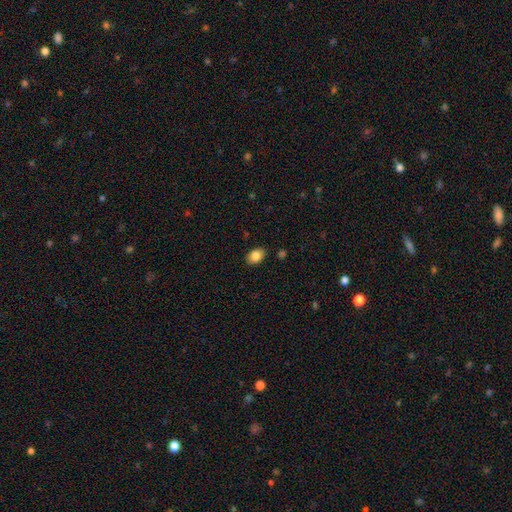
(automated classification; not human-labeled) A smooth galaxy with no disk features (85%) that is in between round and cigar-shaped (84%).

Vote fractions:
- Smooth or featured? smooth: 85% / star or artifact: 8% / featured or disk: 7%
- How rounded? in between: 84% / round: 14% / cigar-shaped: 1%
- Merging? none: 88% / minor disturbance: 9% / major disturbance: 2% / merger: 1%